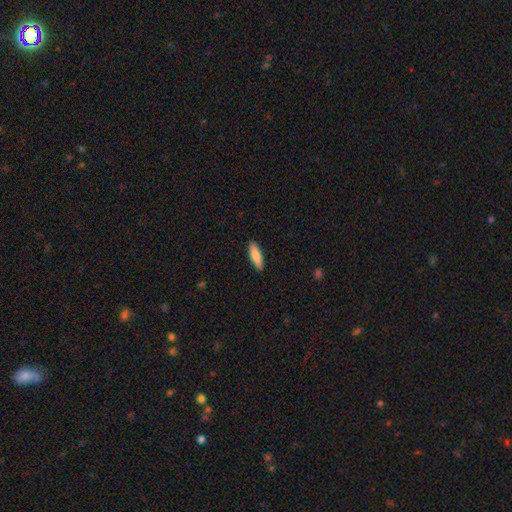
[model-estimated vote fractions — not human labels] This appears to be a smooth galaxy with no disk features (83%) that is cigar-shaped (54%). Merging: none (90%).